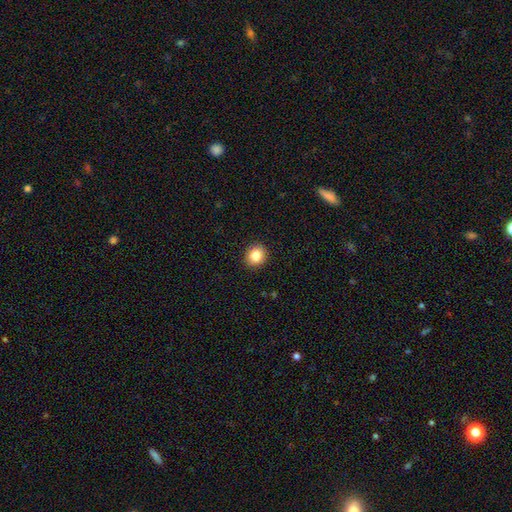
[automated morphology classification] smooth 84%, star or artifact 10%, featured or disk 6%. Down the decision tree: how rounded — round (80%); merging — none (92%).